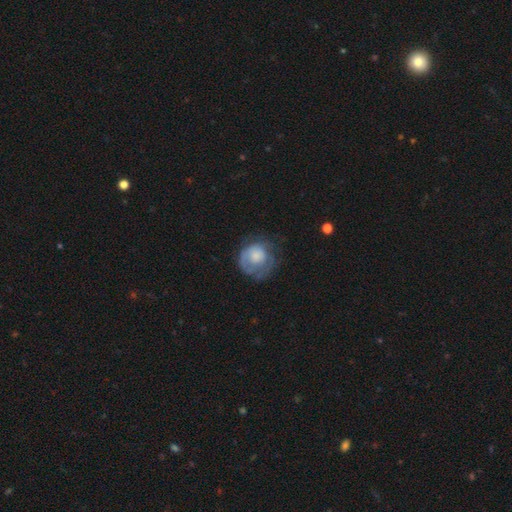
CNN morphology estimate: type=smooth (53%); roundness=round (84%); merging=none (50%).